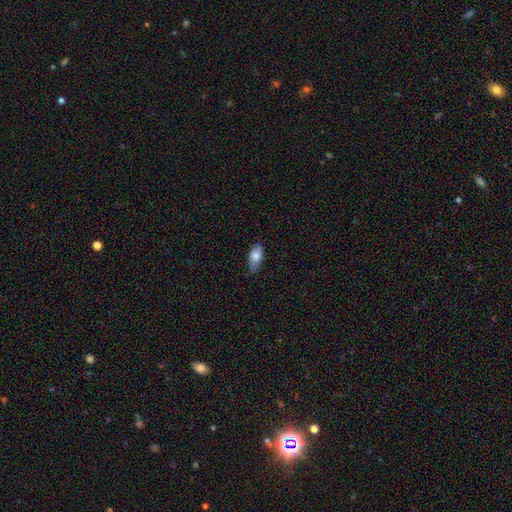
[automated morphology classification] The model was most divided on "smooth or featured": smooth: 78%, featured or disk: 16%, star or artifact: 6%. More confident: how rounded — in between (89%); merging — none (80%).